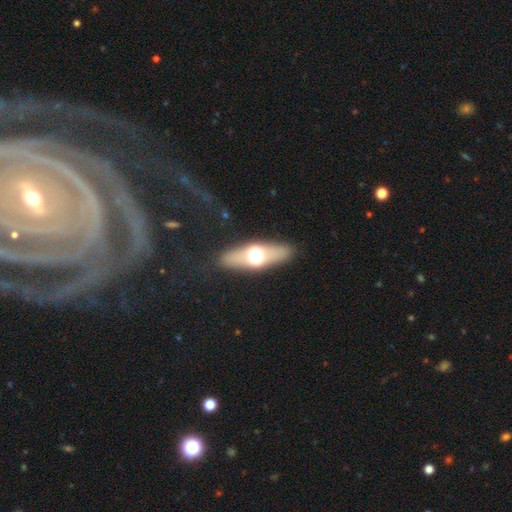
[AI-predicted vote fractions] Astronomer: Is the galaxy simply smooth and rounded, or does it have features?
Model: featured or disk — 47% (runner-up: smooth, 44%).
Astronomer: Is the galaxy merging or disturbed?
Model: none — 86%.